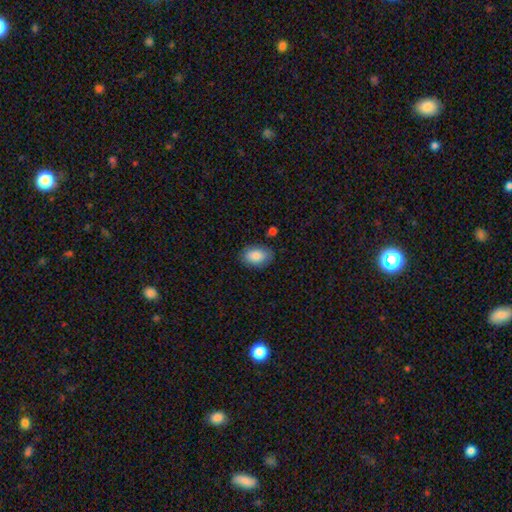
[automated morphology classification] Smooth or featured: smooth — 86% (featured or disk — 7%)
How rounded: in between — 87% (round — 11%)
Merging: none — 81% (minor disturbance — 14%)